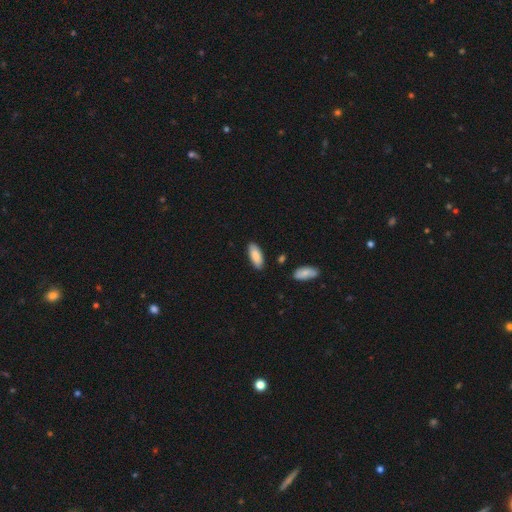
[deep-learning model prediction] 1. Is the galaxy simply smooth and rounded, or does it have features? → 85% smooth, 9% featured or disk, 6% star or artifact.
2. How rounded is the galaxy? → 76% in between, 22% cigar-shaped, 2% round.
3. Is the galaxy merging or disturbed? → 85% none, 10% minor disturbance, 2% merger, 2% major disturbance.